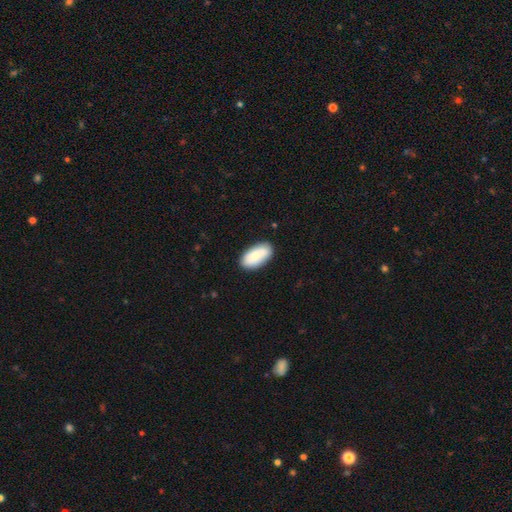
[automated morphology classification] smooth-or-featured: smooth: 78% | featured or disk: 16% | star or artifact: 6%
  how-rounded: in between: 94% | round: 3% | cigar-shaped: 3%
  merging: none: 83% | minor disturbance: 12% | major disturbance: 2% | merger: 2%